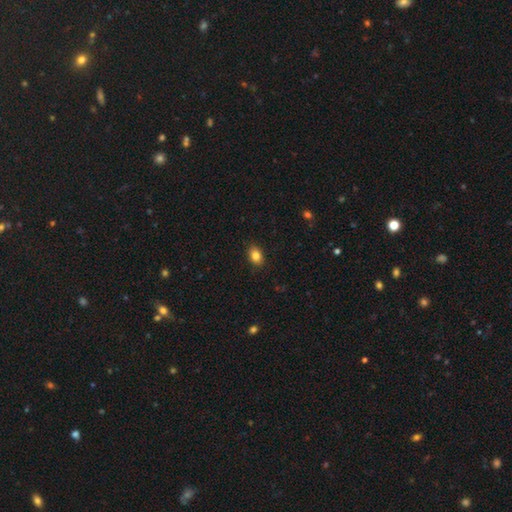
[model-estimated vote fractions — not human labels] smooth 85%, star or artifact 9%, featured or disk 6%. Down the decision tree: how rounded — in between (75%); merging — none (89%).